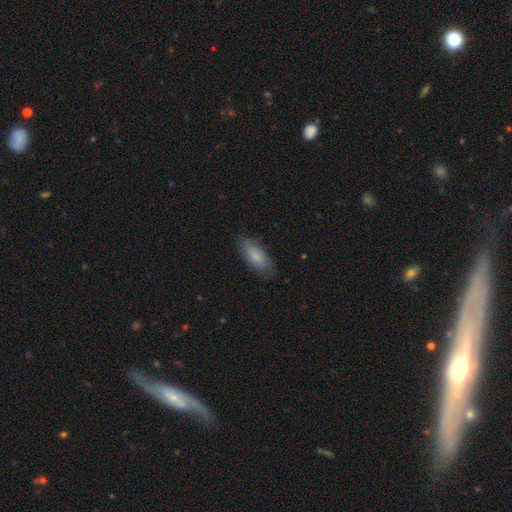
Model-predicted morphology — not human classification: A smooth galaxy with no disk features (81%) that is in between round and cigar-shaped (83%).

Vote fractions:
- Smooth or featured? smooth: 81% / featured or disk: 13% / star or artifact: 6%
- How rounded? in between: 83% / cigar-shaped: 15% / round: 2%
- Merging? none: 79% / minor disturbance: 16% / major disturbance: 4% / merger: 1%